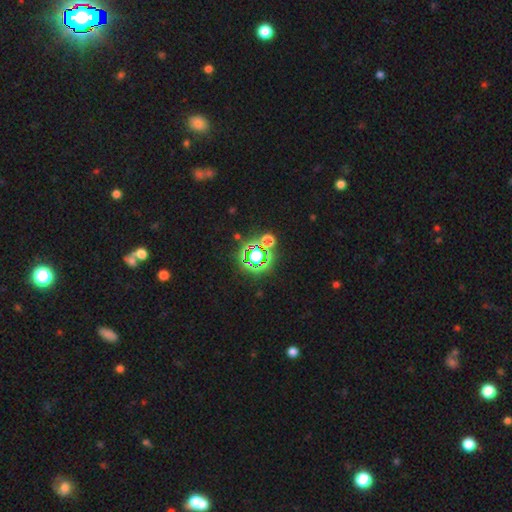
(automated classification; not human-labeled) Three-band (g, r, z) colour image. It shows a star or artifact, not a galaxy (67%).